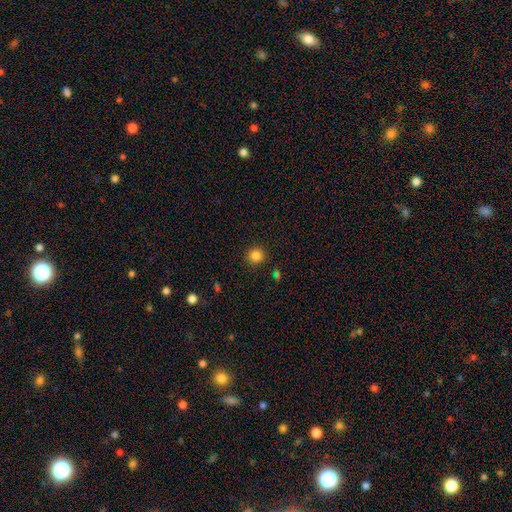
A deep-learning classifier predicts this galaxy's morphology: Q: Smooth or featured?
A: smooth (85%); runner-up: star or artifact (11%)
Q: How rounded?
A: round (92%); runner-up: in between (7%)
Q: Merging?
A: none (89%); runner-up: minor disturbance (7%)